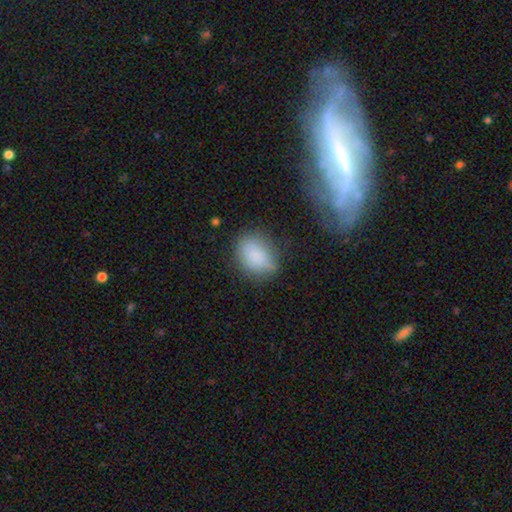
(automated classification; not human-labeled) This appears to be a smooth galaxy with no disk features (81%) that is in between round and cigar-shaped (72%). Merging: none (64%).